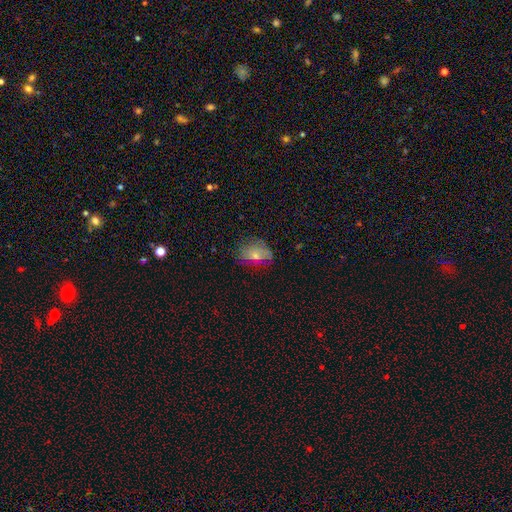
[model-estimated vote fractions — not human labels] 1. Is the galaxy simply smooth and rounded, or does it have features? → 51% smooth, 32% featured or disk, 17% star or artifact.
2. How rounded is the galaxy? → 66% in between, 32% round, 2% cigar-shaped.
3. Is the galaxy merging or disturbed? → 67% none, 23% minor disturbance, 8% major disturbance, 1% merger.